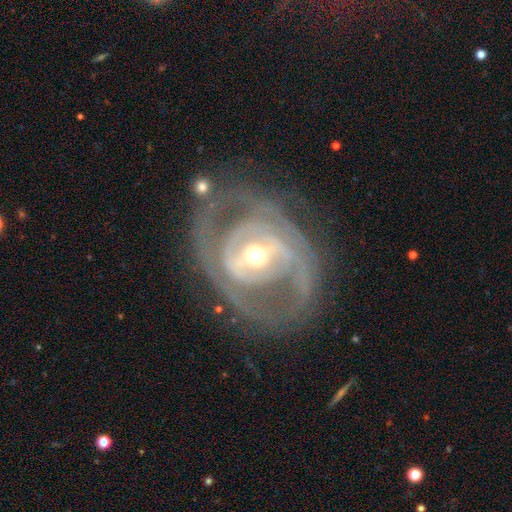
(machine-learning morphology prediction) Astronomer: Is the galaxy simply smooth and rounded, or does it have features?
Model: featured or disk — 87%.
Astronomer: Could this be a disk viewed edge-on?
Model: no — 95%.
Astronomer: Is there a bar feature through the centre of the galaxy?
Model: strong — 42% (runner-up: weak, 37%).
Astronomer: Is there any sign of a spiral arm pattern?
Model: yes — 82%.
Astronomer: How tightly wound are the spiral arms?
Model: tight — 54% (runner-up: medium, 34%).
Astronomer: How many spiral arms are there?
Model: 2 — 46% (runner-up: can't tell, 27%).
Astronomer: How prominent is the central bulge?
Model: moderate — 64%.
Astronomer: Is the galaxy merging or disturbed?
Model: none — 65%.